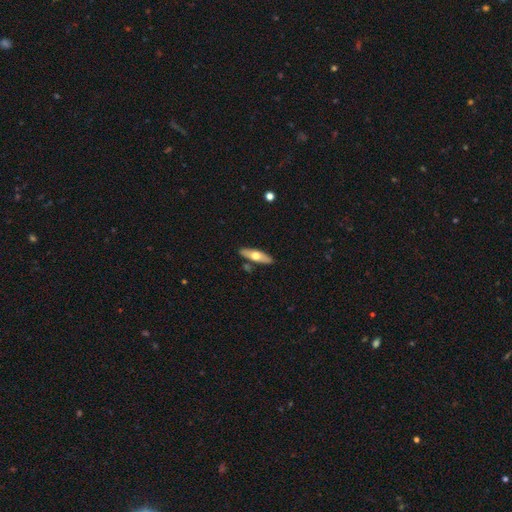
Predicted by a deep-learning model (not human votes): Smooth or featured? Predicted: smooth (p=0.49). Merging? Predicted: none (p=0.85).